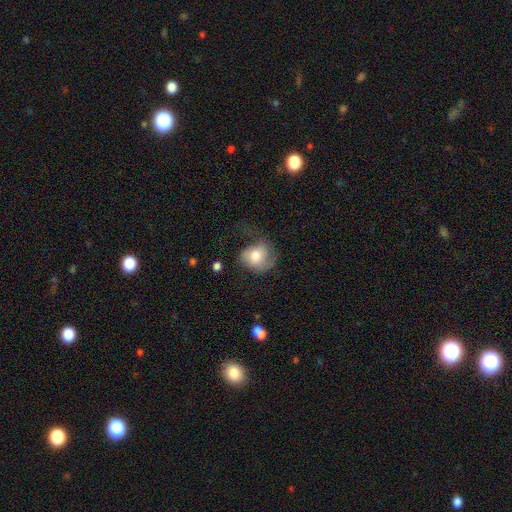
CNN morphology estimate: smooth_or_featured: smooth (p=0.61) [alt: featured or disk p=0.31]
how_rounded: round (p=0.60) [alt: in between p=0.39]
merging: none (p=0.35) [tied with: major disturbance p=0.35]